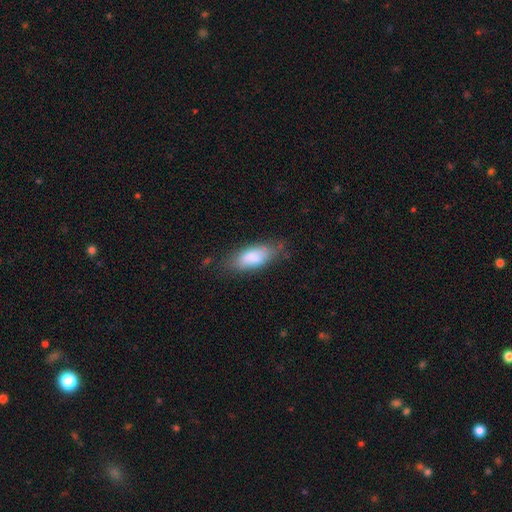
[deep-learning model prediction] Smooth or featured?
  - smooth: 81% *
  - featured or disk: 12%
  - star or artifact: 7%
How rounded?
  - in between: 79% *
  - cigar-shaped: 19%
  - round: 2%
Merging?
  - none: 65% *
  - minor disturbance: 25%
  - major disturbance: 8%
  - merger: 2%